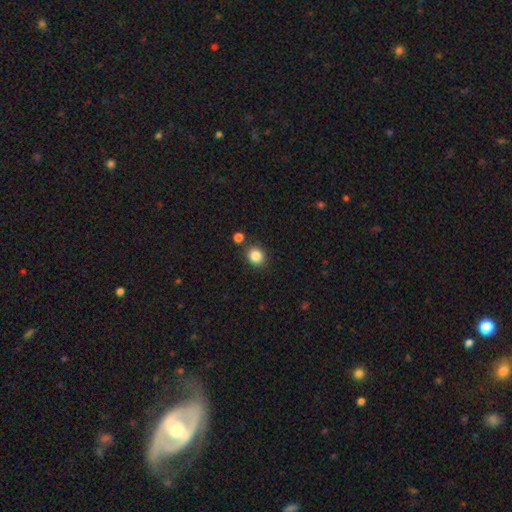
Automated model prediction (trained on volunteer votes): This appears to be a smooth galaxy with no disk features (85%) that is round (71%). Merging: none (81%).